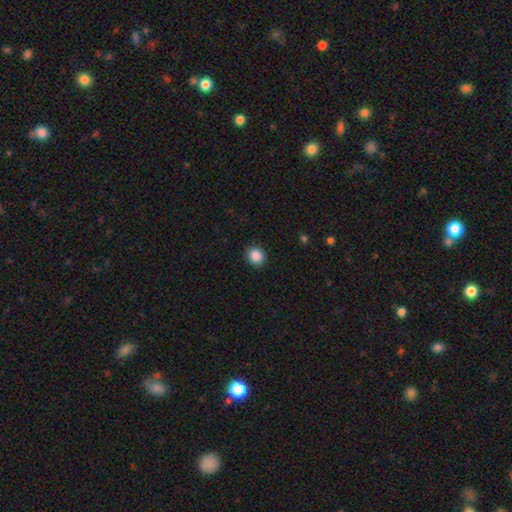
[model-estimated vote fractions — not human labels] smooth_or_featured: smooth (p=0.88) [alt: star or artifact p=0.09]
how_rounded: round (p=0.86) [alt: in between p=0.13]
merging: none (p=0.91) [alt: minor disturbance p=0.06]